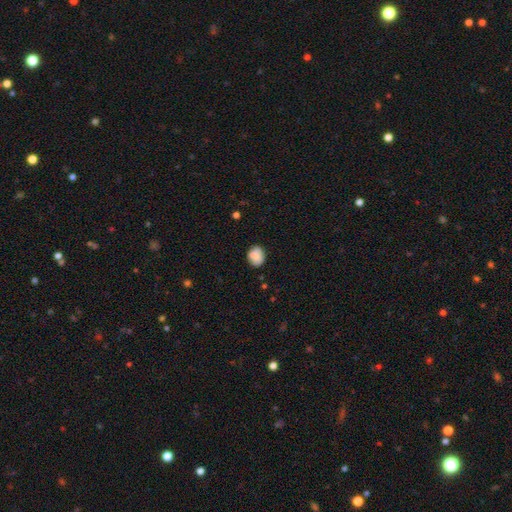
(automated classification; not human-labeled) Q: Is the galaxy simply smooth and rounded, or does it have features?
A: smooth — 82%.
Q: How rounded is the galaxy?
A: in between — 51%.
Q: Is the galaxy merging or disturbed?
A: none — 71%.